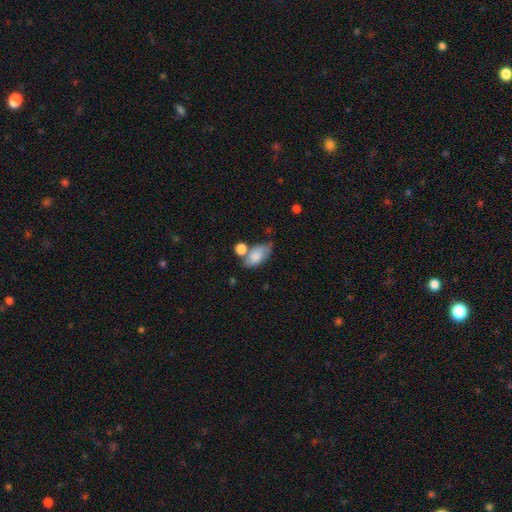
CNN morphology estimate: This is likely a smooth galaxy (80%). How rounded: clearly in between (91%). Merging: possibly none (47%).